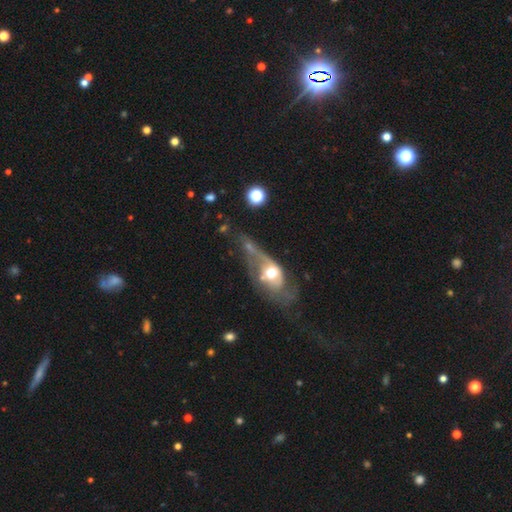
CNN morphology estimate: smooth-or-featured: featured or disk: 66% | smooth: 20% | star or artifact: 14%
  disk-edge-on: no: 71% | yes: 29%
  merging: none: 37% | major disturbance: 32% | minor disturbance: 22% | merger: 9%